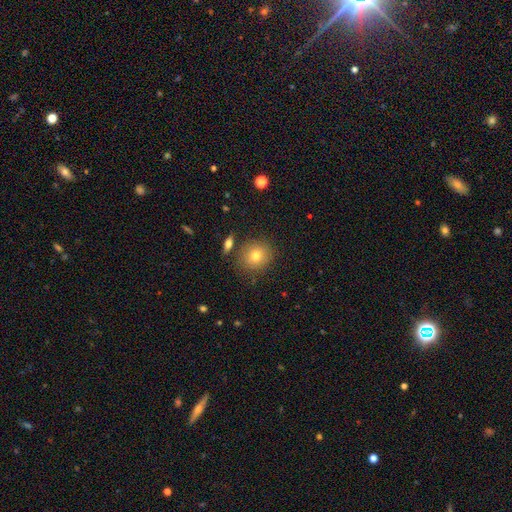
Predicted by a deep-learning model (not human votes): Morphology: type=smooth (77%); roundness=round (81%); merging=none (84%).